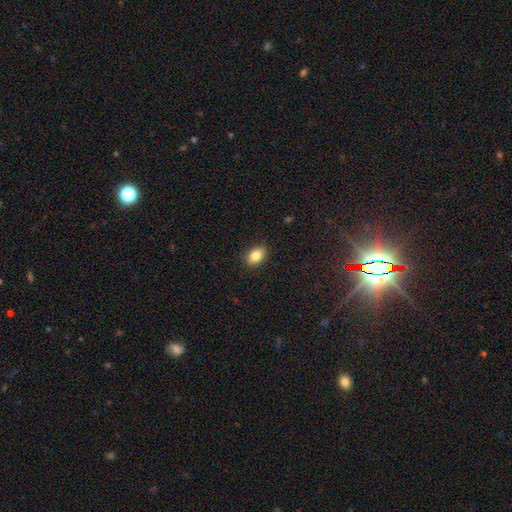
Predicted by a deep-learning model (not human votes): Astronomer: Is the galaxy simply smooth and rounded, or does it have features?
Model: smooth — 84%.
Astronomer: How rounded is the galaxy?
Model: in between — 83%.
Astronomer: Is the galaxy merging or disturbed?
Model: none — 88%.